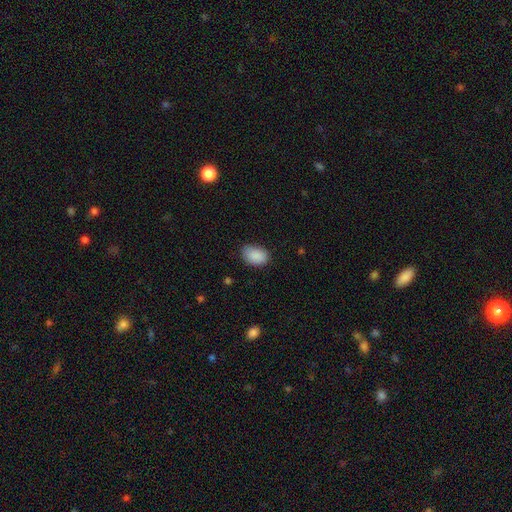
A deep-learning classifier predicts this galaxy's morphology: A smooth galaxy with no disk features (89%) that is in between round and cigar-shaped (86%).

Vote fractions:
- Smooth or featured? smooth: 89% / star or artifact: 7% / featured or disk: 4%
- How rounded? in between: 86% / round: 13% / cigar-shaped: 1%
- Merging? none: 77% / minor disturbance: 19% / major disturbance: 3% / merger: 1%